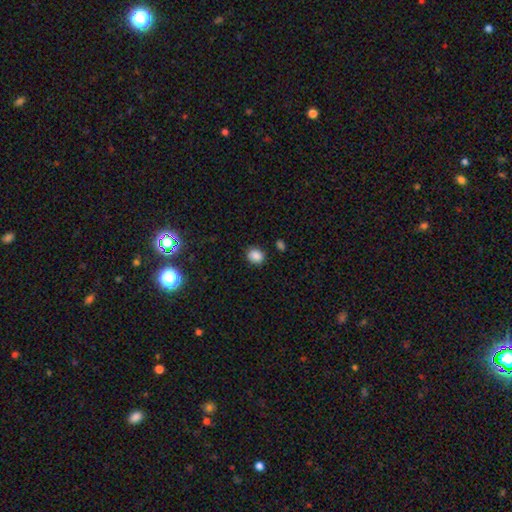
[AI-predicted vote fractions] smooth 86%, star or artifact 10%, featured or disk 3%. Down the decision tree: how rounded — round (62%); merging — none (86%).